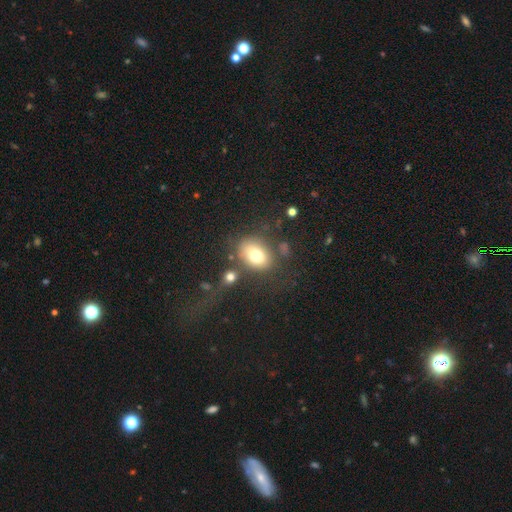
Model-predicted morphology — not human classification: Overall: smooth (74%). How rounded: in between (66%; round 33%). Merging: none (62%).